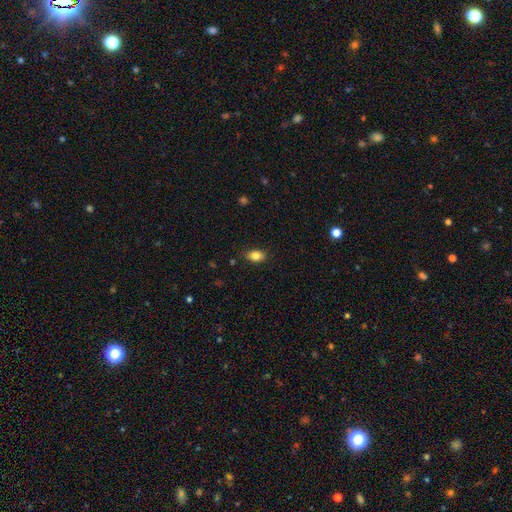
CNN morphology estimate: Smooth or featured: smooth — 83% (star or artifact — 9%)
How rounded: in between — 86% (round — 11%)
Merging: none — 84% (minor disturbance — 13%)